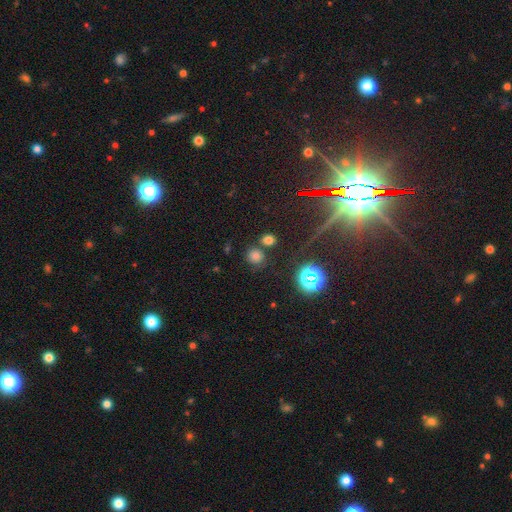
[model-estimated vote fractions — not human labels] Smooth or featured?
  - smooth: 69% *
  - star or artifact: 24%
  - featured or disk: 7%
How rounded?
  - round: 86% *
  - in between: 13%
  - cigar-shaped: 1%
Merging?
  - none: 75% *
  - merger: 12%
  - minor disturbance: 9%
  - major disturbance: 4%